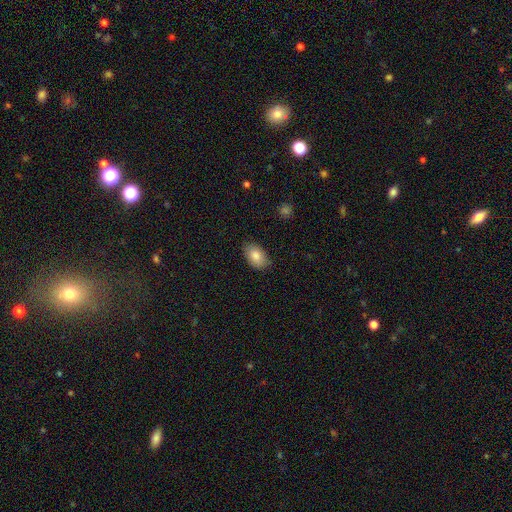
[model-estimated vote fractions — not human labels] Morphology: type=smooth (84%); roundness=in between (92%); merging=none (83%).